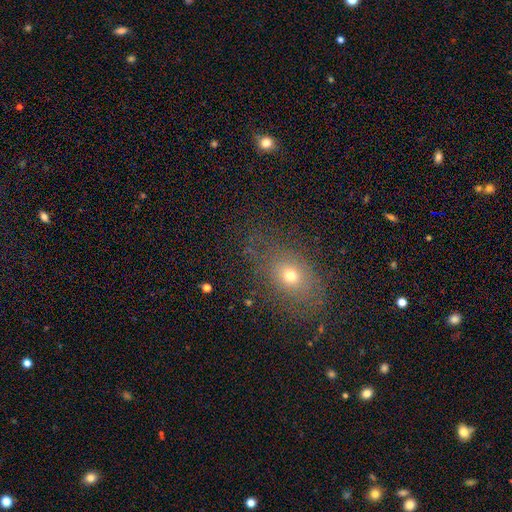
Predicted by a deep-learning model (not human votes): This appears to be a smooth galaxy with no disk features (53%) that is in between round and cigar-shaped (66%). Merging: none (78%).